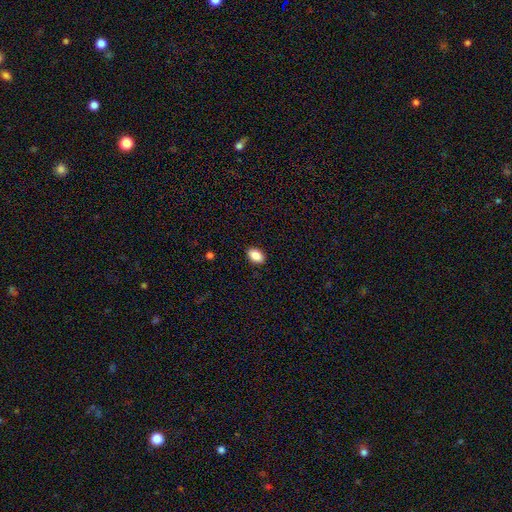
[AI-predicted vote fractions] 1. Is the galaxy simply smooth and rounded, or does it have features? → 88% smooth, 8% star or artifact, 4% featured or disk.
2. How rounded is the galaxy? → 87% in between, 12% round, 1% cigar-shaped.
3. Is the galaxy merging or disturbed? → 90% none, 8% minor disturbance, 2% major disturbance, 1% merger.